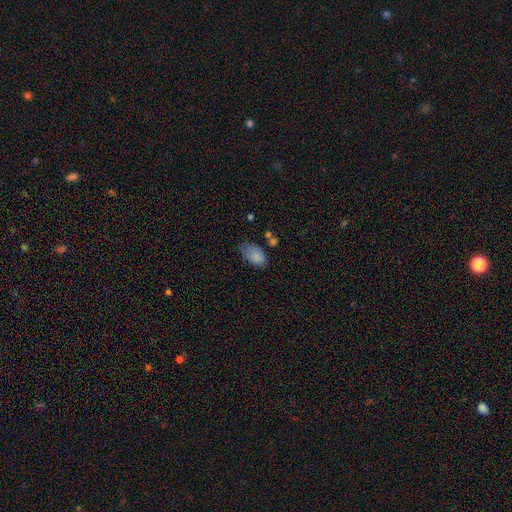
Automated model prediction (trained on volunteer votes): This is clearly a smooth galaxy (82%). How rounded: clearly in between (92%). Merging: possibly none (47%).